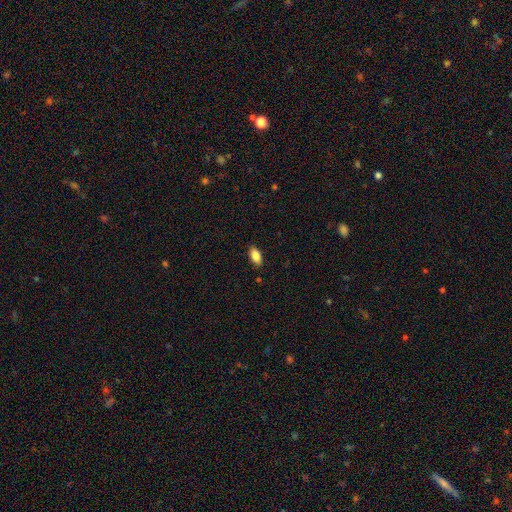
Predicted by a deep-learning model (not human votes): Smooth or featured? Predicted: smooth (p=0.86). How rounded? Predicted: in between (p=0.91). Merging? Predicted: none (p=0.88).